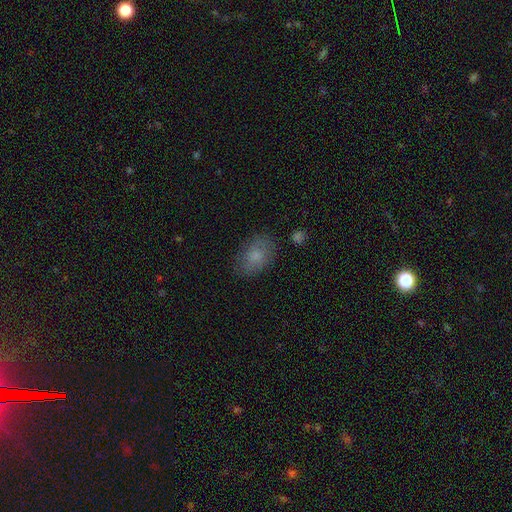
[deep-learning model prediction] Smooth or featured? smooth (76%)
How rounded? in between (86%)
Merging? none (77%)